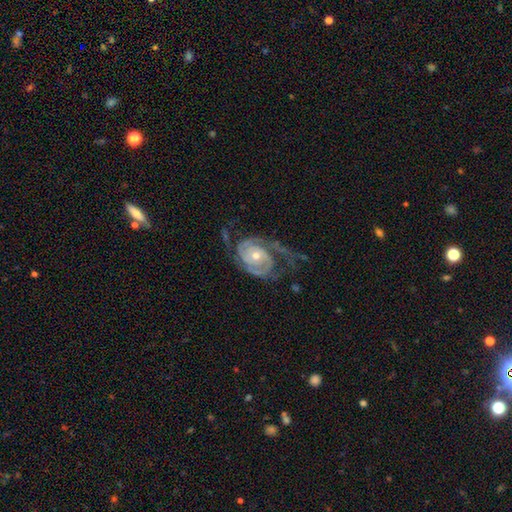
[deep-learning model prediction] This appears to be a featured or disk galaxy (91%) with no bar (73%), 2 (68%) tight (57%) spiral arms (97%) and a moderate central bulge (50%). Merging: none (51%).